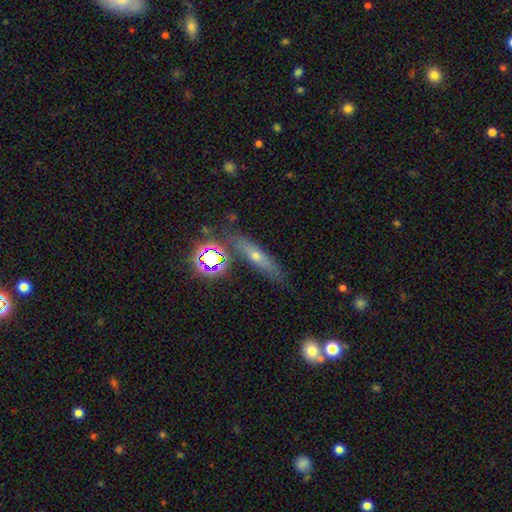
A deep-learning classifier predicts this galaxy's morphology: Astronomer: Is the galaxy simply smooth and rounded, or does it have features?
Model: featured or disk — 43% (runner-up: smooth, 40%).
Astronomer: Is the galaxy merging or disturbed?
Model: none — 78%.